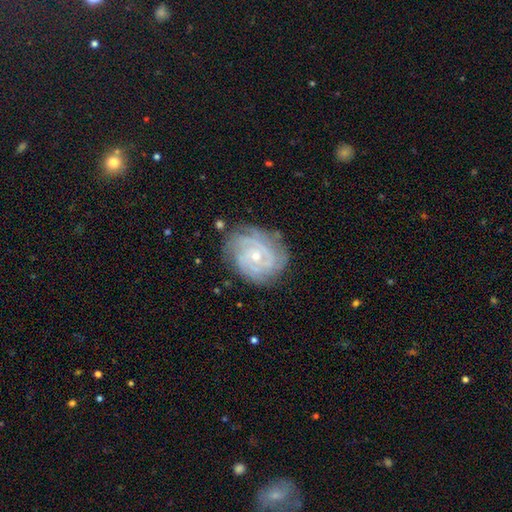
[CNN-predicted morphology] smooth-or-featured: featured or disk: 84% | smooth: 9% | star or artifact: 6%
  disk-edge-on: no: 97% | yes: 3%
    bar: no: 74% | weak: 22% | strong: 5%
    has-spiral-arms: yes: 95% | no: 5%
      spiral-winding: tight: 76% | medium: 20% | loose: 4%
      spiral-arm-count: can't tell: 31% | 3: 22% | 2: 17% | 4: 16% | more than 4: 7% | 1: 6%
    bulge-size: small: 69% | moderate: 28% | none: 1% | large: 1% | dominant: 1%
  merging: none: 74% | minor disturbance: 18% | major disturbance: 6% | merger: 2%